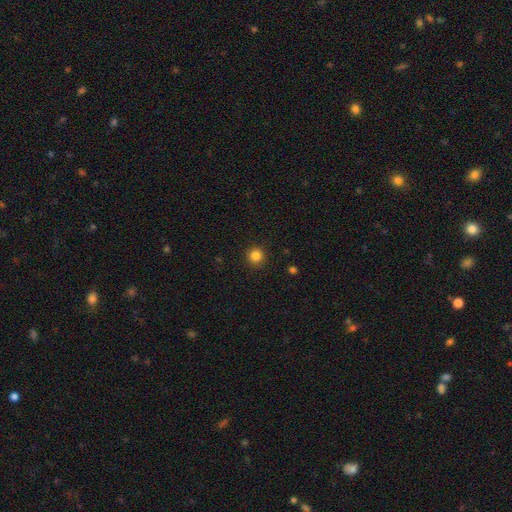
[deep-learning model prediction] A smooth galaxy with no disk features (84%) that is round (95%). Merging: none (92%).